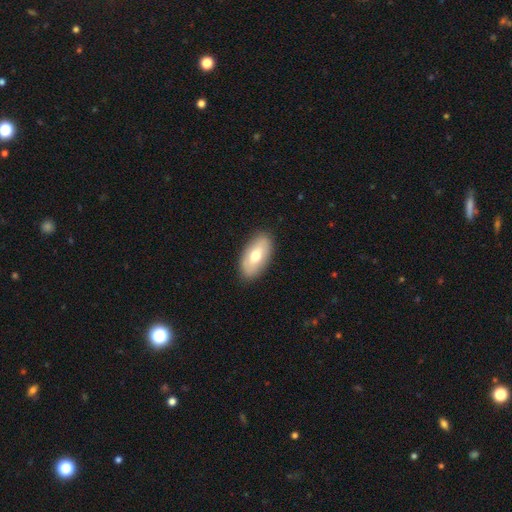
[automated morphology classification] Overall: smooth (66%; featured or disk 28%). How rounded: in between (92%). Merging: none (87%).